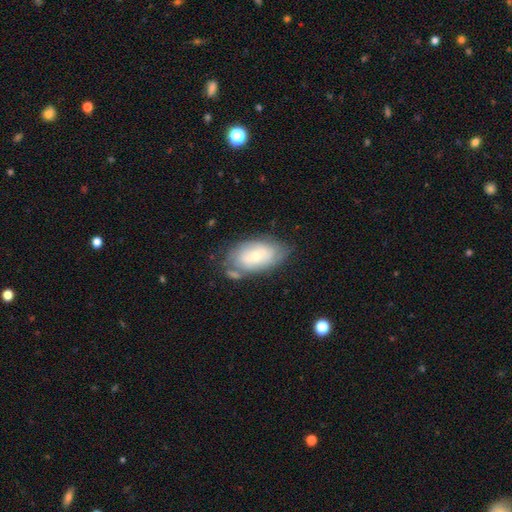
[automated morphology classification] smooth-or-featured: smooth: 42% (tied) | featured or disk: 42% (tied) | star or artifact: 15%
  merging: none: 72% | minor disturbance: 19% | major disturbance: 6% | merger: 3%